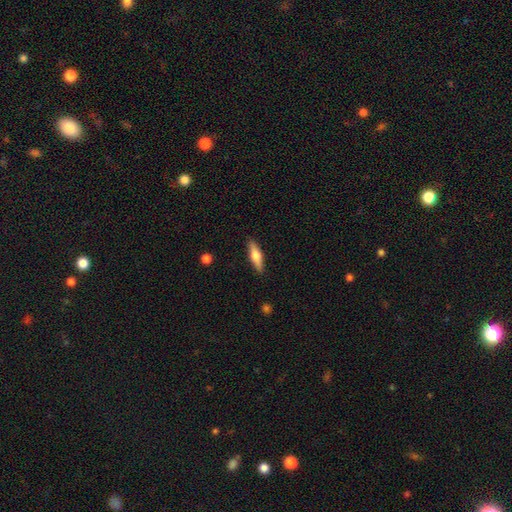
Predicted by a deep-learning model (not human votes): Q: Smooth or featured?
A: smooth (54%); runner-up: featured or disk (40%)
Q: How rounded?
A: cigar-shaped (63%); runner-up: in between (35%)
Q: Merging?
A: none (88%); runner-up: minor disturbance (9%)